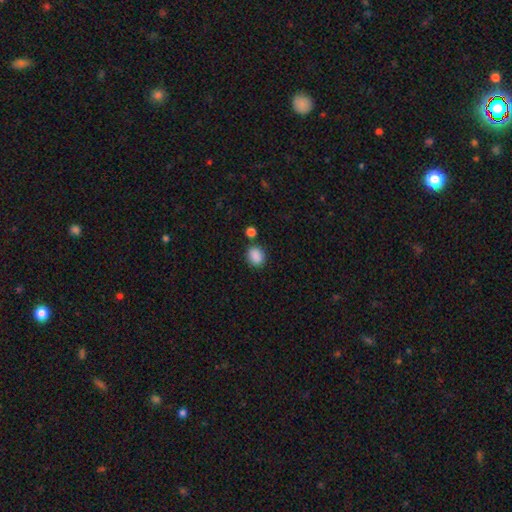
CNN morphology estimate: smooth_or_featured: smooth (p=0.88) [alt: star or artifact p=0.09]
how_rounded: in between (p=0.50) [alt: round p=0.49]
merging: none (p=0.77) [alt: minor disturbance p=0.12]